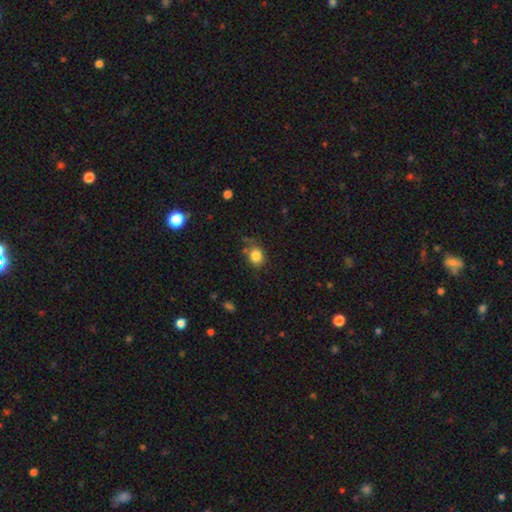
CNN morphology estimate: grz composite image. It shows a smooth galaxy with no disk features (83%) that is round (62%). Merging: none (69%).